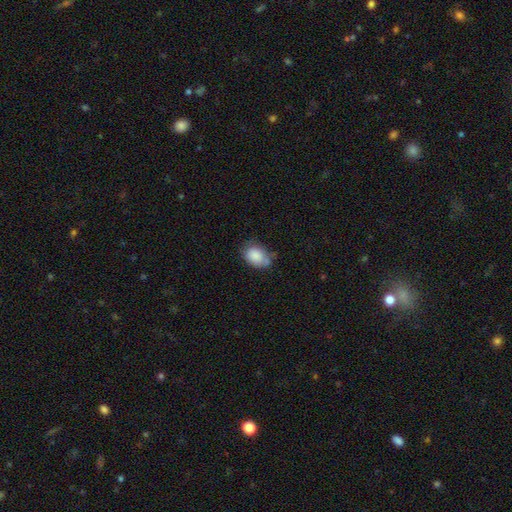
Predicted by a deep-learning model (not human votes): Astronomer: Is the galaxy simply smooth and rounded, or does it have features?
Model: smooth — 85%.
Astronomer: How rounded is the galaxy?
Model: in between — 76%.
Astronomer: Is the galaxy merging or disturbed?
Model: none — 52% (runner-up: minor disturbance, 33%).